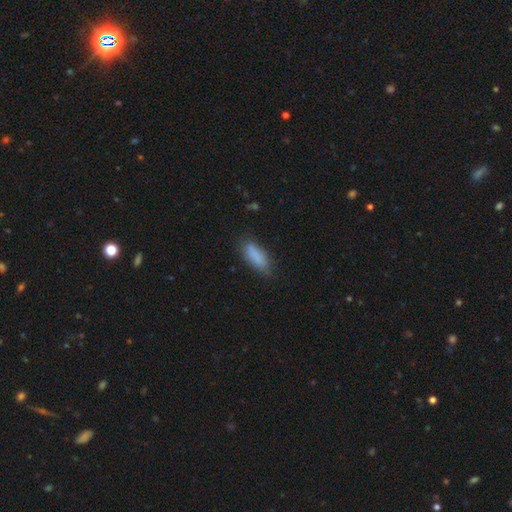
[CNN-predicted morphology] smooth-or-featured: smooth: 85% | featured or disk: 8% | star or artifact: 7%
  how-rounded: in between: 66% | cigar-shaped: 32% | round: 2%
  merging: none: 73% | minor disturbance: 21% | major disturbance: 5% | merger: 2%